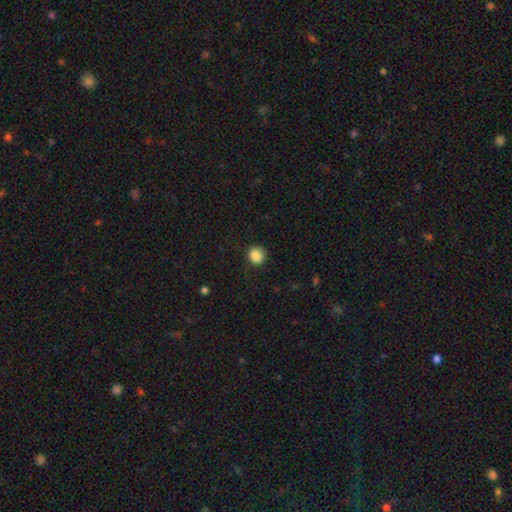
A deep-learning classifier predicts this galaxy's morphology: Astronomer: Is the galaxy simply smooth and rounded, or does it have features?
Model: smooth — 87%.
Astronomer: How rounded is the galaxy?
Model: round — 83%.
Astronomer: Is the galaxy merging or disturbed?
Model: none — 86%.